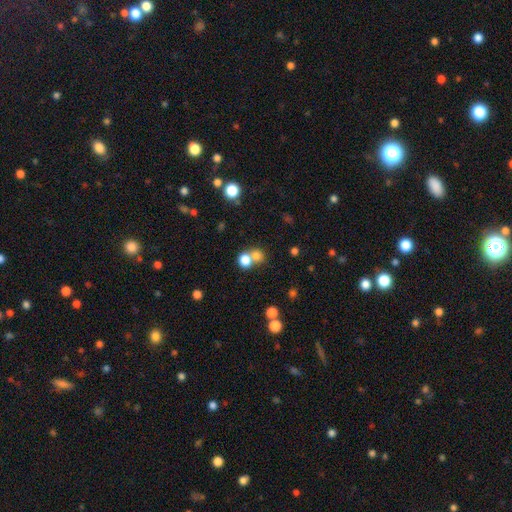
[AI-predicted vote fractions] This appears to be a smooth galaxy with no disk features (75%) that is round (82%). Merging: merger (46%).